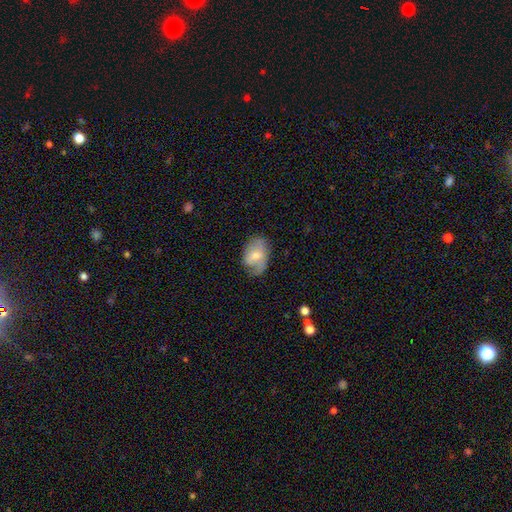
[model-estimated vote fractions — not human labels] Smooth or featured? smooth (52%)
How rounded? in between (81%)
Merging? none (55%)